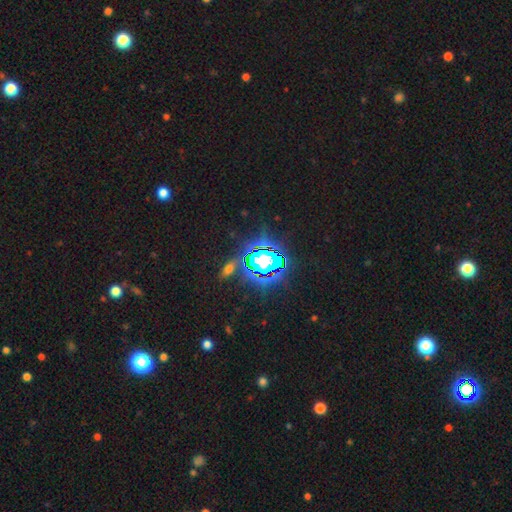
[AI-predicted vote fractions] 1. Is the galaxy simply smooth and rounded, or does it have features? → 67% star or artifact, 19% smooth, 14% featured or disk.